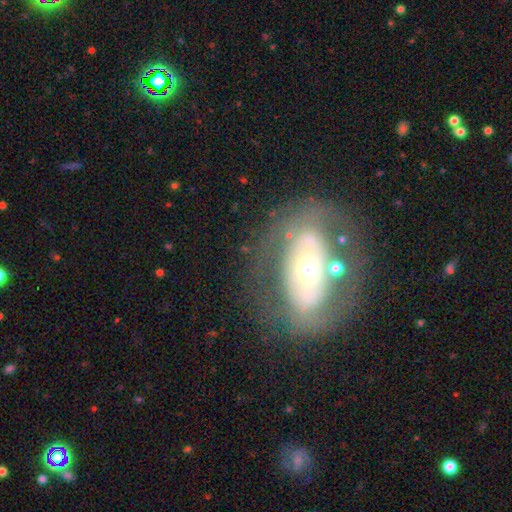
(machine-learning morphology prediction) type=featured or disk (66%); edge-on=no (92%); bar=no (69%); spiral arms=no (66%); bulge=moderate (51%); merging=none (63%).